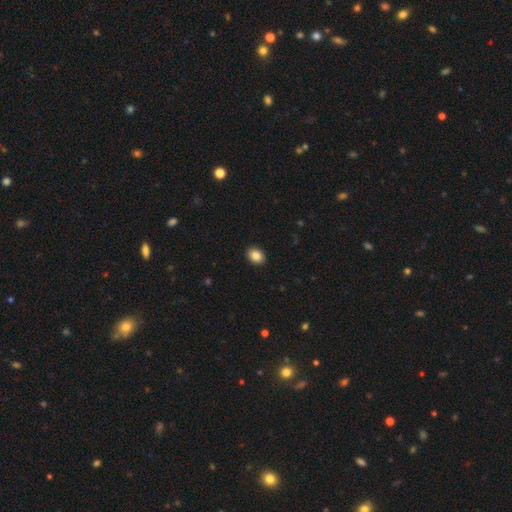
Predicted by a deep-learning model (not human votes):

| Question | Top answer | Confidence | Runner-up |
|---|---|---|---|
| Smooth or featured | smooth | 87% | star or artifact (9%) |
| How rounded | in between | 60% | round (39%) |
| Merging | none | 92% | minor disturbance (6%) |